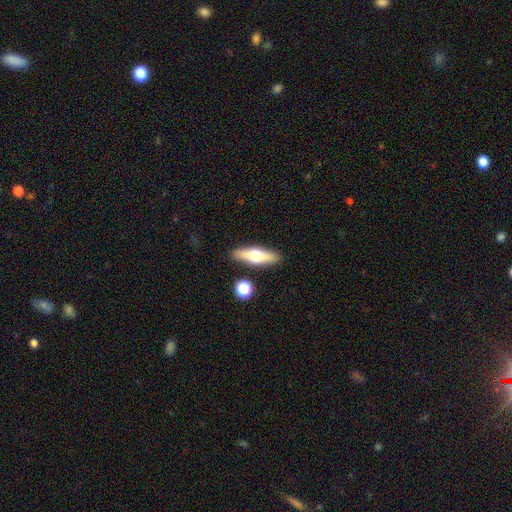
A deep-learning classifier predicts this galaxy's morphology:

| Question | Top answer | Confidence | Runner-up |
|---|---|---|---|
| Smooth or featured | smooth | 47% | featured or disk (46%) |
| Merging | none | 87% | minor disturbance (8%) |